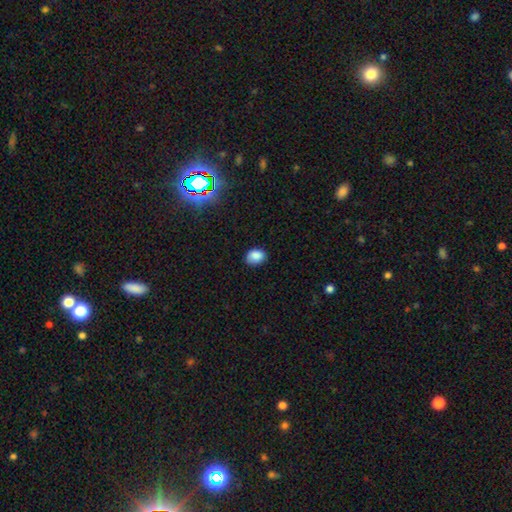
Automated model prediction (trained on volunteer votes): A smooth galaxy with no disk features (86%) that is in between round and cigar-shaped (73%).

Vote fractions:
- Smooth or featured? smooth: 86% / star or artifact: 10% / featured or disk: 4%
- How rounded? in between: 73% / round: 26% / cigar-shaped: 1%
- Merging? none: 81% / minor disturbance: 15% / major disturbance: 3% / merger: 1%